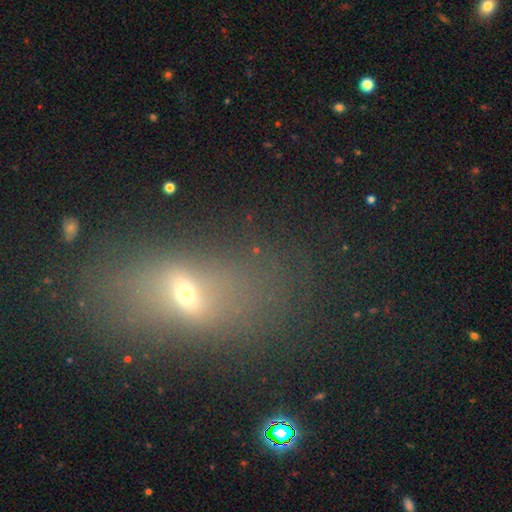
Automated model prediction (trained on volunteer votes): A smooth galaxy with no disk features (37%). Merging: none (62%).